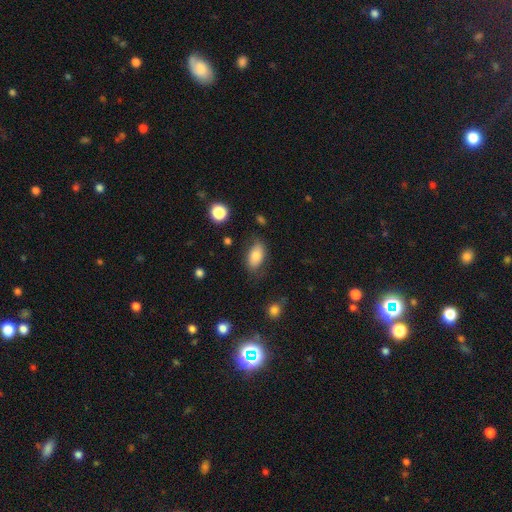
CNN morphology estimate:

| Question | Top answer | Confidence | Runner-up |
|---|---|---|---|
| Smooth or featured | smooth | 79% | featured or disk (13%) |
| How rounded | in between | 92% | round (5%) |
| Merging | none | 72% | minor disturbance (20%) |